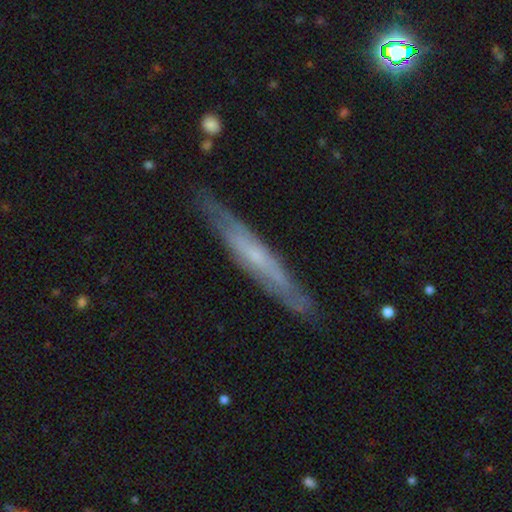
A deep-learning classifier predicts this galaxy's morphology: A featured or disk galaxy (65%) viewed edge-on (80%) with no central bulge (61%).

Vote fractions:
- Smooth or featured? featured or disk: 65% / smooth: 29% / star or artifact: 6%
- Edge-on disk? yes: 80% / no: 20%
- Edge-on bulge? none: 61% / rounded: 34% / boxy: 5%
- Merging? none: 84% / minor disturbance: 12% / major disturbance: 2% / merger: 1%